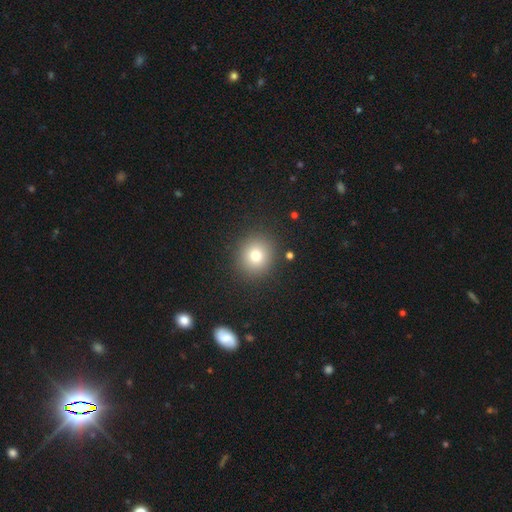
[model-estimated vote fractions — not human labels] This is likely a smooth galaxy (76%). How rounded: clearly round (89%). Merging: clearly none (90%).